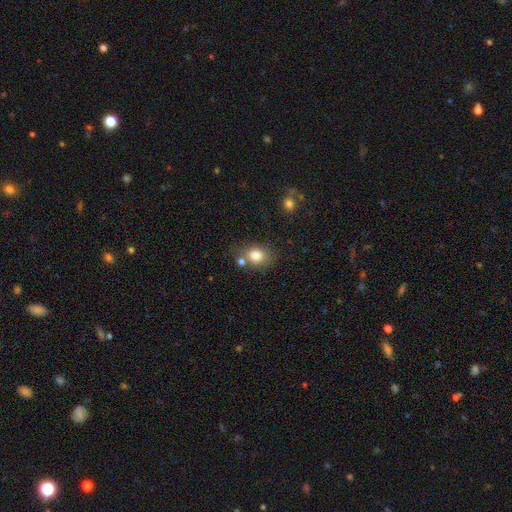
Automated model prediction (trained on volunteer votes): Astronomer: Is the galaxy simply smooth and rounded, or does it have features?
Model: smooth — 81%.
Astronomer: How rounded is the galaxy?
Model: round — 53% (runner-up: in between, 46%).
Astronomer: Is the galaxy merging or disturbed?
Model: none — 66%.